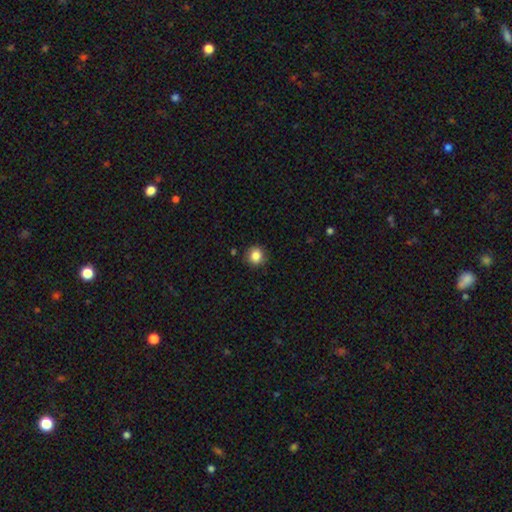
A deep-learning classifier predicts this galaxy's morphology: Smooth or featured? Predicted: smooth (p=0.85). How rounded? Predicted: round (p=0.86). Merging? Predicted: none (p=0.88).